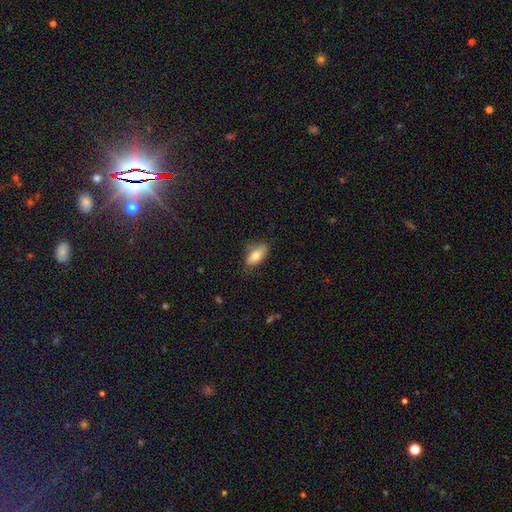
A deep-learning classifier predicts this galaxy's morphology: This is likely a smooth galaxy (77%). How rounded: clearly in between (85%). Merging: likely none (70%).